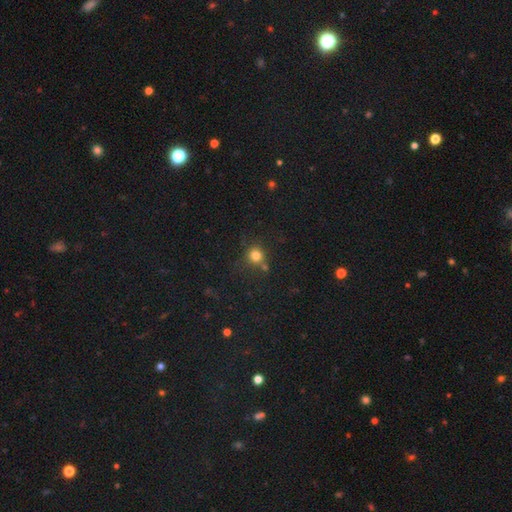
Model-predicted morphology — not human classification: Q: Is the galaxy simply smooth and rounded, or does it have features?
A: smooth — 79%.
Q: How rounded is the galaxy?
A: round — 90%.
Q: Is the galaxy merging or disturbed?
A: none — 70%.